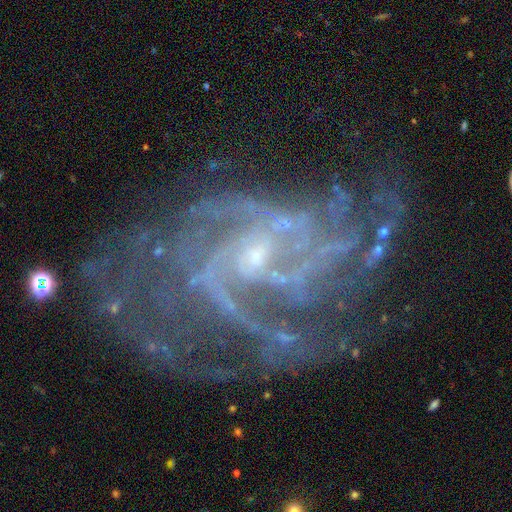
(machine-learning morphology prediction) Smooth or featured?
  - featured or disk: 86% *
  - star or artifact: 10%
  - smooth: 4%
Edge-on disk?
  - no: 97% *
  - yes: 3%
Bar?
  - no: 47% *
  - weak: 41%
  - strong: 12%
Spiral arms?
  - yes: 95% *
  - no: 5%
Spiral winding?
  - tight: 44% *
  - medium: 42%
  - loose: 14%
Spiral arm count?
  - can't tell: 27% *
  - 4: 19%
  - 3: 18%
  - 2: 15%
  - more than 4: 12%
  - 1: 9%
Bulge size?
  - small: 74% *
  - moderate: 16%
  - none: 8%
  - large: 1%
  - dominant: 1%
Merging?
  - none: 58% *
  - major disturbance: 21%
  - minor disturbance: 18%
  - merger: 3%